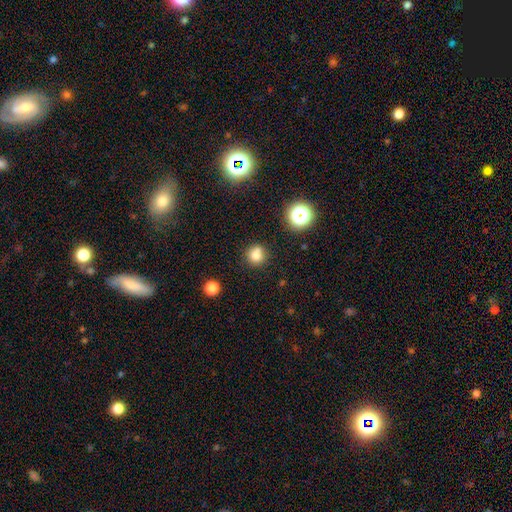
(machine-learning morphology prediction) This is likely a smooth galaxy (76%). How rounded: clearly round (87%). Merging: likely none (66%).